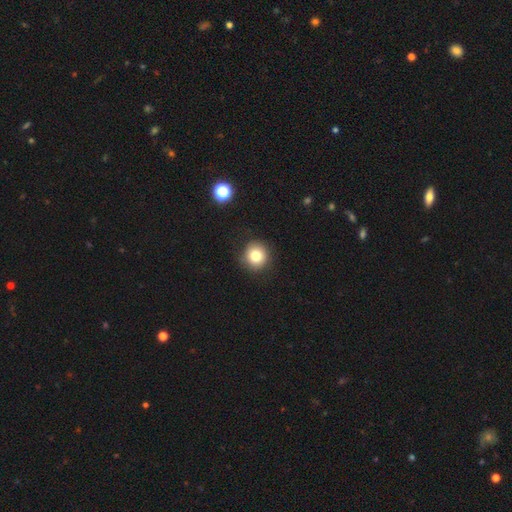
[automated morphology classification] Smooth or featured? Predicted: smooth (p=0.81). How rounded? Predicted: round (p=0.92). Merging? Predicted: none (p=0.87).